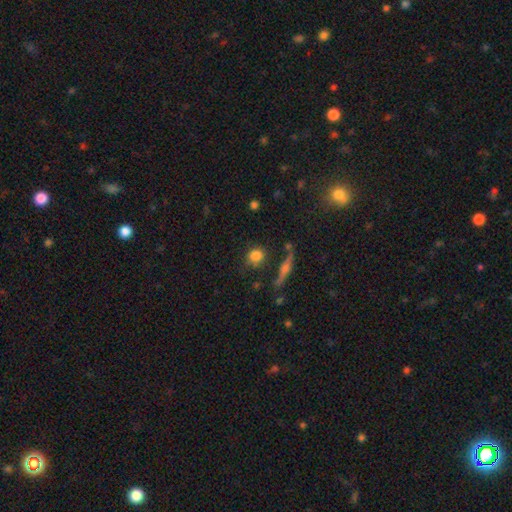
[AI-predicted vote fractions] Smooth or featured?
  - smooth: 79% *
  - star or artifact: 11%
  - featured or disk: 10%
How rounded?
  - round: 72% *
  - in between: 24%
  - cigar-shaped: 4%
Merging?
  - none: 74% *
  - minor disturbance: 15%
  - merger: 6%
  - major disturbance: 5%